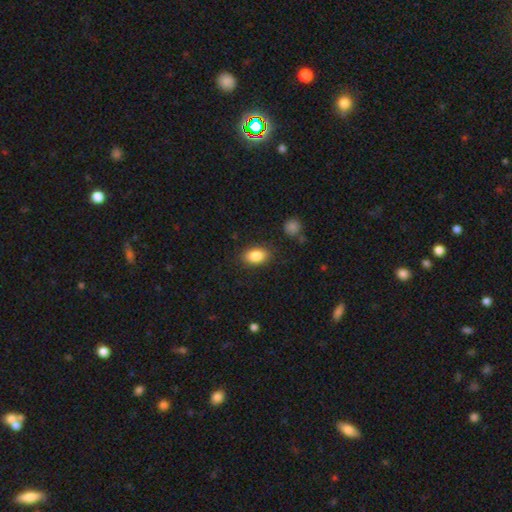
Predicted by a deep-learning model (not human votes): Smooth or featured? smooth (86%)
How rounded? in between (87%)
Merging? none (86%)